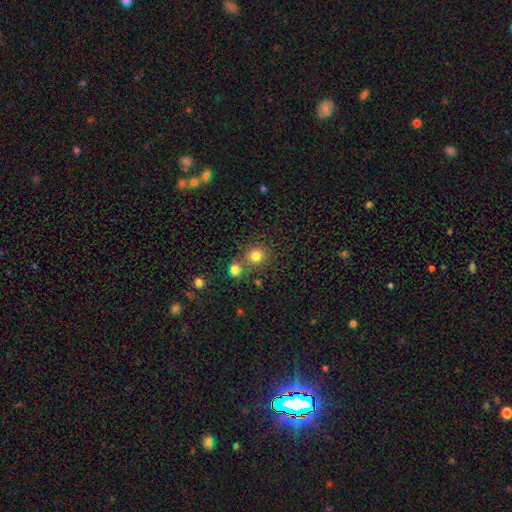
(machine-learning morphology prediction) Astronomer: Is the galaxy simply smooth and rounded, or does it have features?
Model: smooth — 81%.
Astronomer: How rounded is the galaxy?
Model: round — 89%.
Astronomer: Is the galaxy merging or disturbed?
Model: none — 72%.